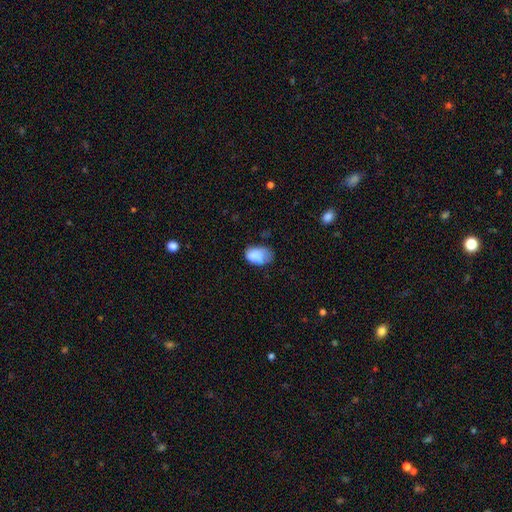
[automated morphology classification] Smooth or featured: smooth — 81% (featured or disk — 10%)
How rounded: in between — 85% (round — 14%)
Merging: none — 40% (minor disturbance — 39%)